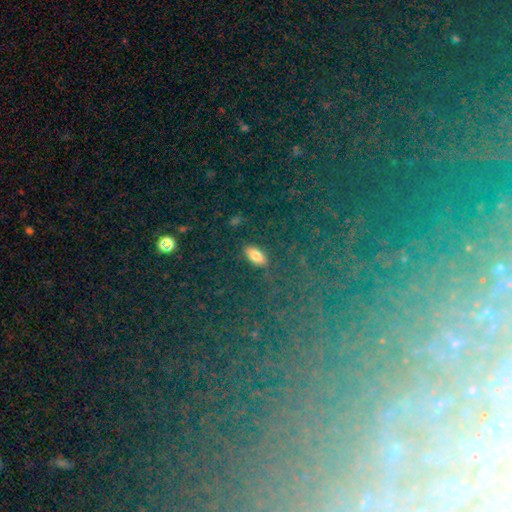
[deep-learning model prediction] This is likely a smooth galaxy (70%). How rounded: clearly in between (83%). Merging: clearly none (85%).